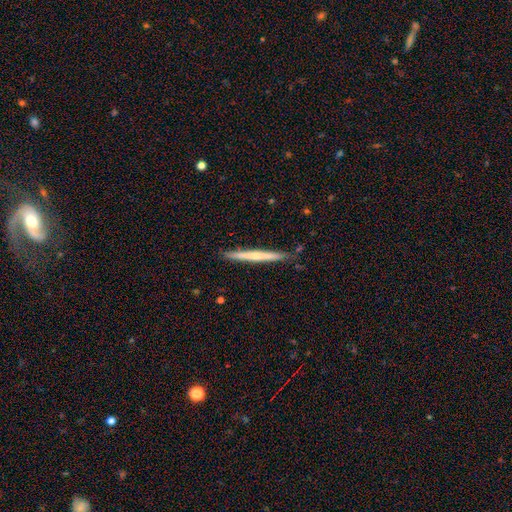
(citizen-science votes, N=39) Smooth or featured?
  - featured or disk: 56% *
  - smooth: 33%
  - star or artifact: 10%
Edge-on disk?
  - yes: 100% *
  - no: 0%
Edge-on bulge?
  - rounded: 64% *
  - none: 36%
  - boxy: 0%
Merging?
  - none: 97% *
  - minor disturbance: 3%
  - major disturbance: 0%
  - merger: 0%